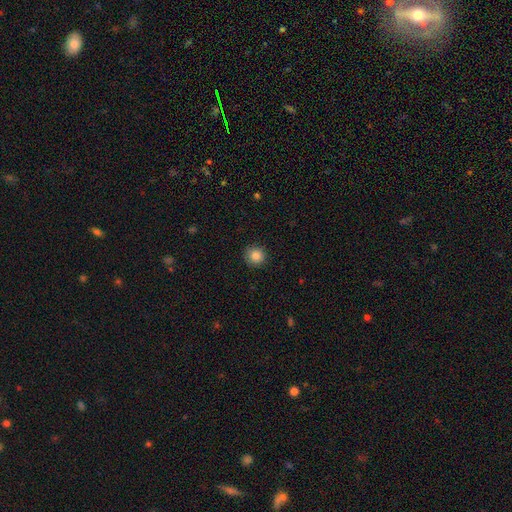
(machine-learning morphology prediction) smooth_or_featured: smooth (p=0.84) [alt: star or artifact p=0.10]
how_rounded: round (p=0.93) [alt: in between p=0.06]
merging: none (p=0.90) [alt: minor disturbance p=0.07]